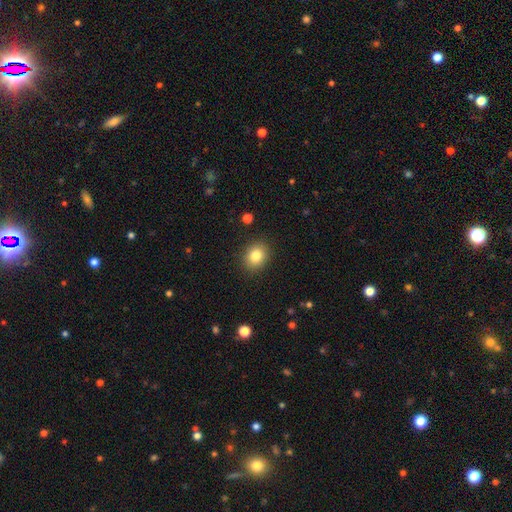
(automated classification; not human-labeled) Smooth or featured? smooth (83%)
How rounded? round (55%)
Merging? none (88%)